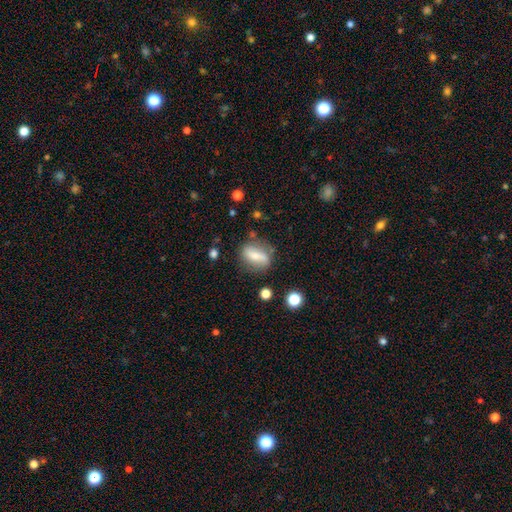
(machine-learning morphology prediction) Smooth or featured: smooth — 51% (featured or disk — 41%)
How rounded: in between — 65% (round — 22%)
Merging: none — 71% (minor disturbance — 18%)